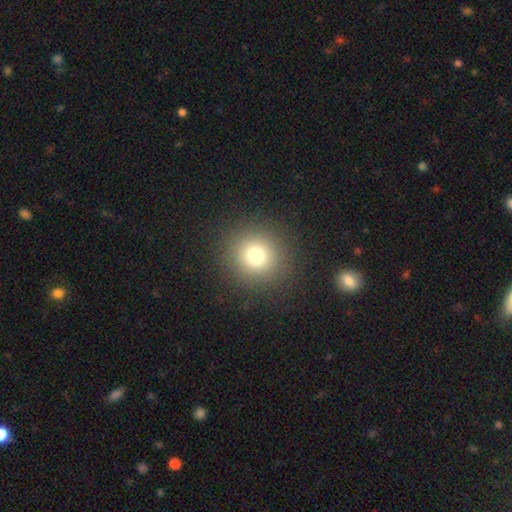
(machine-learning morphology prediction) A smooth galaxy with no disk features (75%) that is round (94%).

Vote fractions:
- Smooth or featured? smooth: 75% / star or artifact: 16% / featured or disk: 9%
- How rounded? round: 94% / in between: 5% / cigar-shaped: 1%
- Merging? none: 90% / minor disturbance: 5% / major disturbance: 3% / merger: 1%